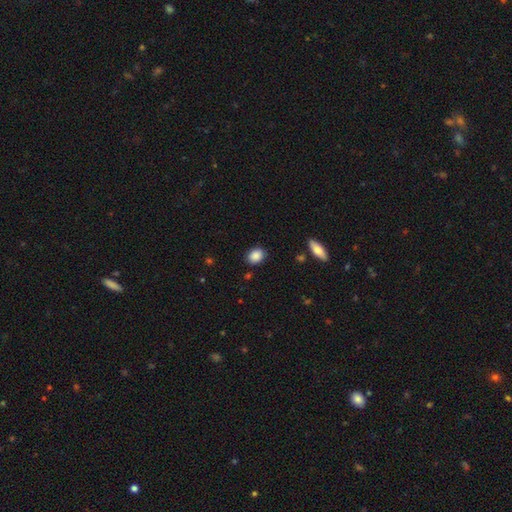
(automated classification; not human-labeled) smooth-or-featured: smooth: 88% | star or artifact: 8% | featured or disk: 4%
  how-rounded: in between: 62% | round: 37% | cigar-shaped: 1%
  merging: none: 86% | minor disturbance: 10% | major disturbance: 2% | merger: 2%